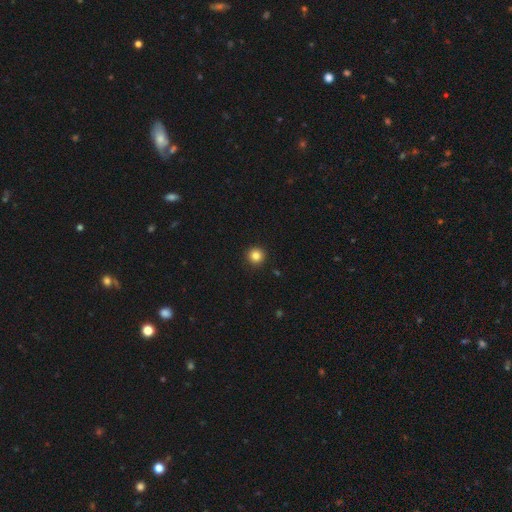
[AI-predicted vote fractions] Q: Smooth or featured?
A: smooth (84%); runner-up: star or artifact (11%)
Q: How rounded?
A: round (96%); runner-up: in between (3%)
Q: Merging?
A: none (93%); runner-up: minor disturbance (5%)